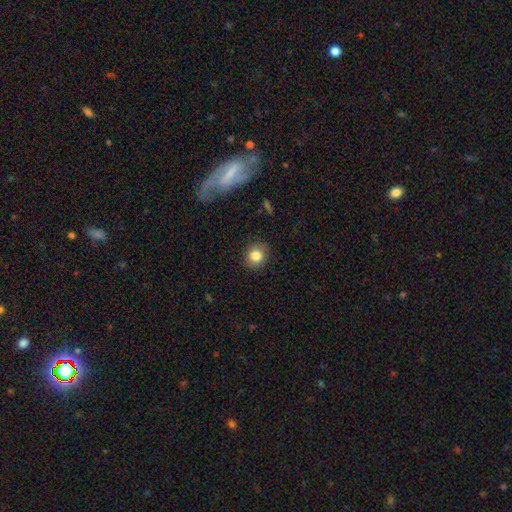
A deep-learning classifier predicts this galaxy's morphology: Smooth or featured: smooth — 82% (star or artifact — 10%)
How rounded: round — 81% (in between — 18%)
Merging: none — 89% (minor disturbance — 8%)